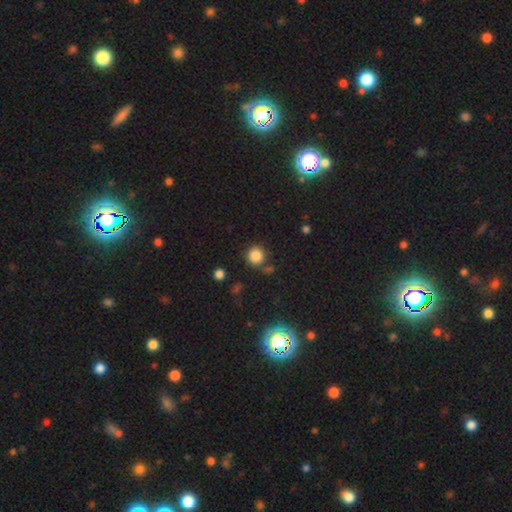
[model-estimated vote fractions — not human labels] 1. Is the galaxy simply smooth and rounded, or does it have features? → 84% smooth, 12% star or artifact, 4% featured or disk.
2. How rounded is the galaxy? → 93% round, 6% in between, 1% cigar-shaped.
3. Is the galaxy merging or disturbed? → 80% none, 10% minor disturbance, 7% merger, 3% major disturbance.